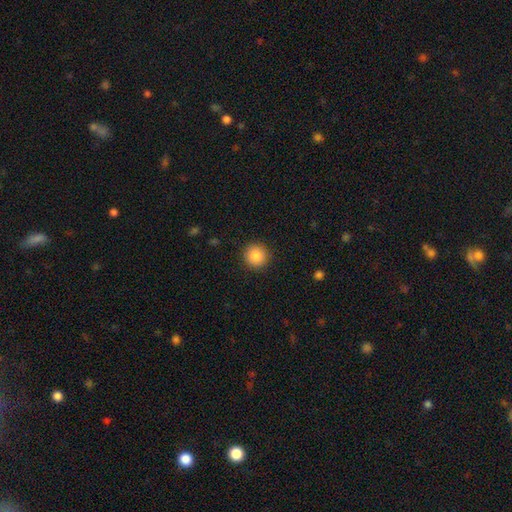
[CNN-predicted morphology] Q: Smooth or featured?
A: smooth (86%); runner-up: star or artifact (9%)
Q: How rounded?
A: round (95%); runner-up: in between (4%)
Q: Merging?
A: none (91%); runner-up: minor disturbance (6%)